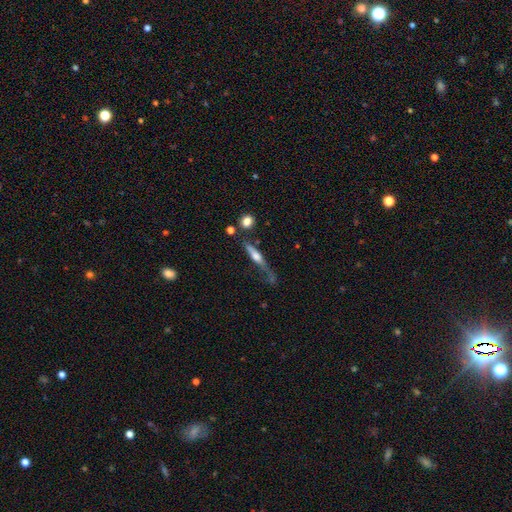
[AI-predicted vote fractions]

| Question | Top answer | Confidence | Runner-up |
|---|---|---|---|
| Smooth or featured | featured or disk | 51% | smooth (41%) |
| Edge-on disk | yes | 88% | no (12%) |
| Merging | none | 45% | minor disturbance (26%) |